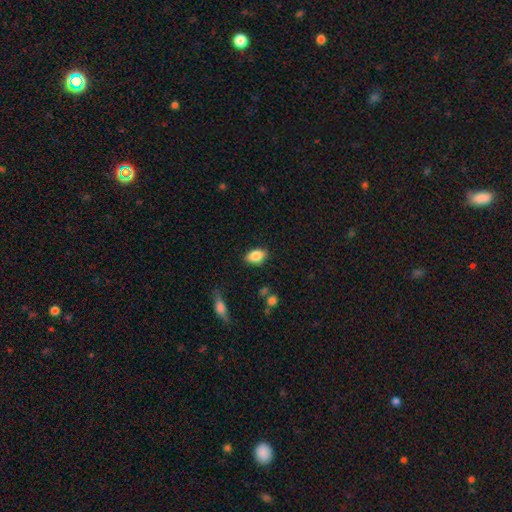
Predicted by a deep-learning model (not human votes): This is clearly a smooth galaxy (85%). How rounded: clearly in between (89%). Merging: clearly none (83%).